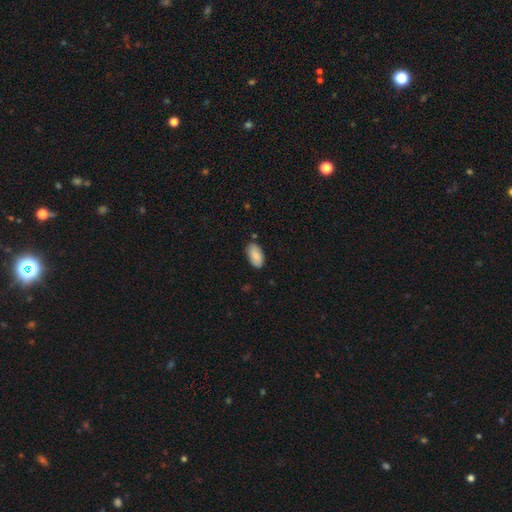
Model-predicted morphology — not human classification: Smooth or featured? Predicted: smooth (p=0.88). How rounded? Predicted: in between (p=0.95). Merging? Predicted: none (p=0.81).